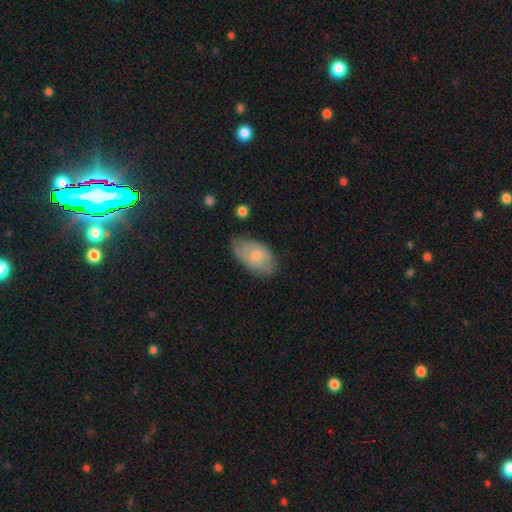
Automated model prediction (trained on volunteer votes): Morphology: type=smooth (56%); roundness=in between (92%); merging=none (63%).